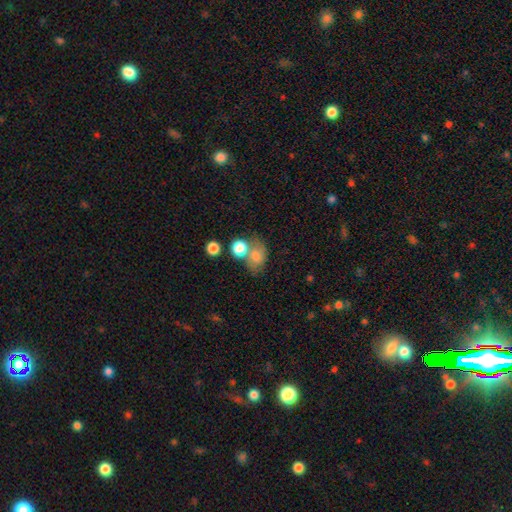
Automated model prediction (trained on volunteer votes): smooth 74%, featured or disk 16%, star or artifact 11%. Down the decision tree: how rounded — in between (56%); merging — none (39%).